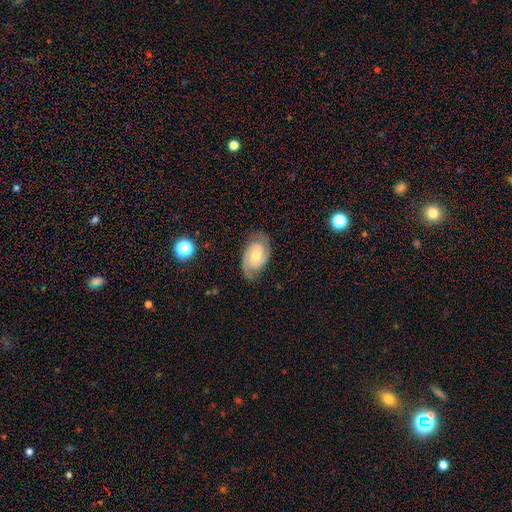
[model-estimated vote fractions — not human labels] Smooth or featured? Predicted: featured or disk (p=0.84). Edge-on disk? Predicted: no (p=0.97). Bar? Predicted: weak (p=0.44, tied with no). Spiral arms? Predicted: yes (p=0.97). Spiral winding? Predicted: tight (p=0.56). Spiral arm count? Predicted: 2 (p=0.90). Bulge size? Predicted: moderate (p=0.57). Merging? Predicted: none (p=0.81).